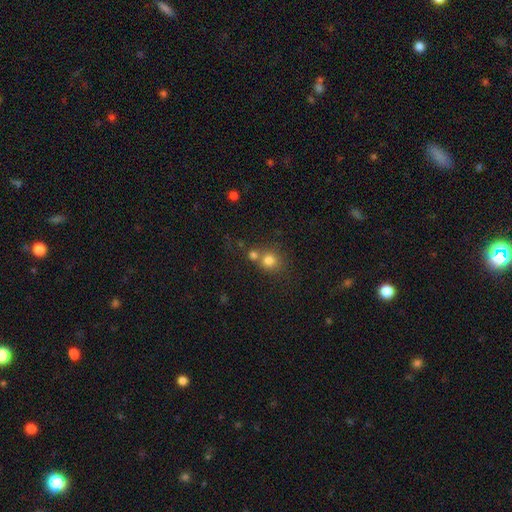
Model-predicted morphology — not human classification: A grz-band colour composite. It shows a smooth galaxy with no disk features (67%) that is round (87%). Merging: none (56%).